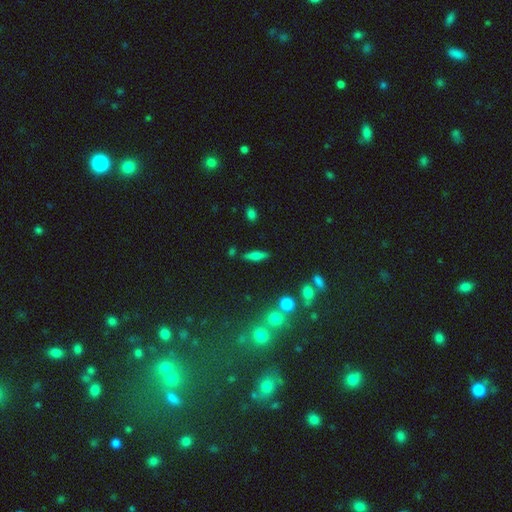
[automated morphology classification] Smooth or featured: smooth — 55% (featured or disk — 34%)
How rounded: cigar-shaped — 63% (in between — 33%)
Merging: none — 84% (minor disturbance — 10%)